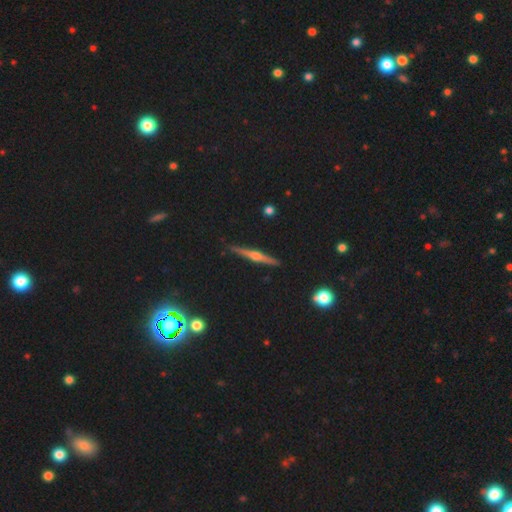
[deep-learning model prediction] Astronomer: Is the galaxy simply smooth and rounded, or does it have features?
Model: featured or disk — 77%.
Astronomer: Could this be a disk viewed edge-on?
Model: yes — 98%.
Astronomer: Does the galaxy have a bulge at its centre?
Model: rounded — 90%.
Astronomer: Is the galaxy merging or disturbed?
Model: none — 92%.